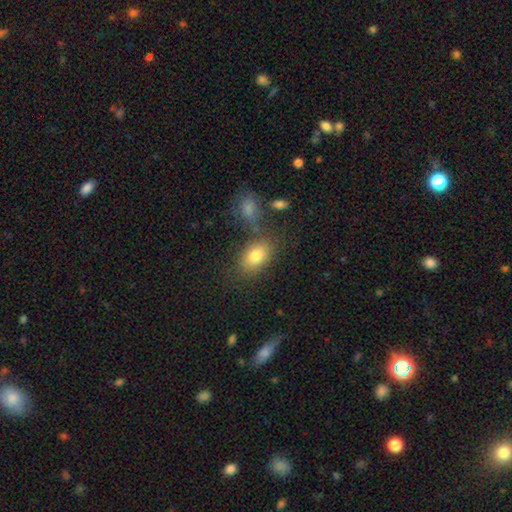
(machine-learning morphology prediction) Overall: smooth (82%). How rounded: in between (87%). Merging: none (71%).